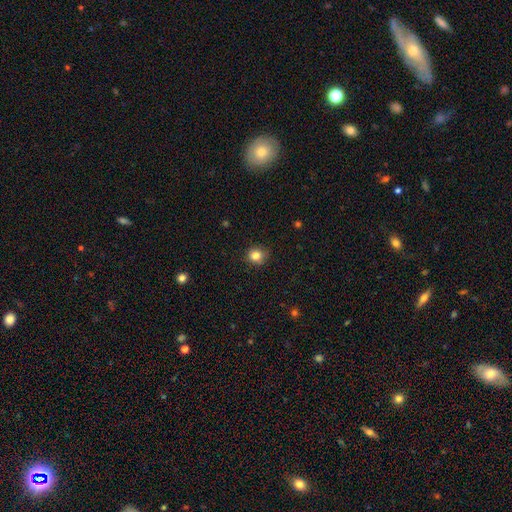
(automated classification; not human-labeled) A smooth galaxy with no disk features (83%) that is round (84%). Merging: none (84%).